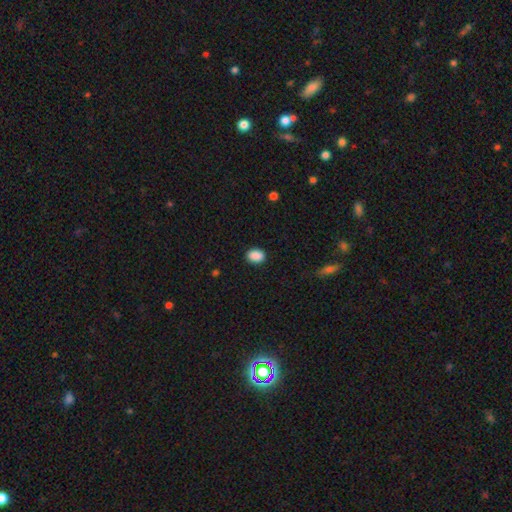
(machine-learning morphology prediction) A smooth galaxy with no disk features (89%) that is in between round and cigar-shaped (66%).

Vote fractions:
- Smooth or featured? smooth: 89% / star or artifact: 8% / featured or disk: 2%
- How rounded? in between: 66% / round: 33% / cigar-shaped: 1%
- Merging? none: 89% / minor disturbance: 7% / major disturbance: 2% / merger: 1%